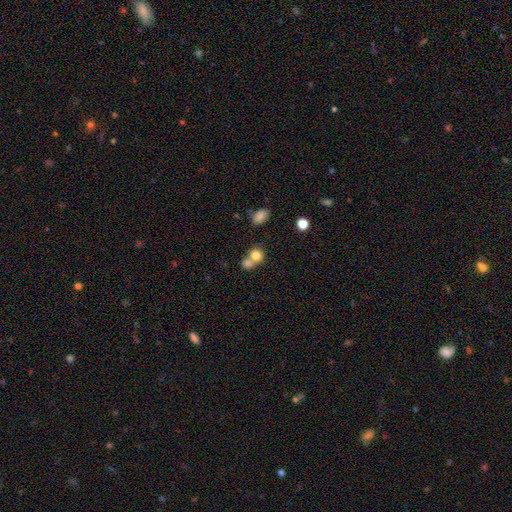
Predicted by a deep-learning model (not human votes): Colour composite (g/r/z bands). It shows a smooth galaxy with no disk features (78%) that is round (76%). Merging: merger (53%).